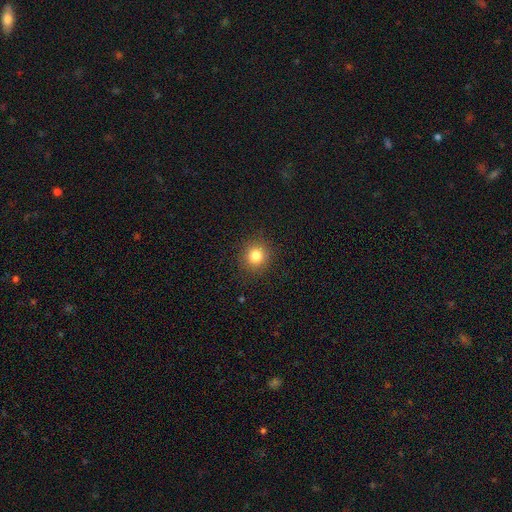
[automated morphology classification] Q: Smooth or featured?
A: smooth (82%); runner-up: star or artifact (12%)
Q: How rounded?
A: round (92%); runner-up: in between (7%)
Q: Merging?
A: none (91%); runner-up: minor disturbance (6%)